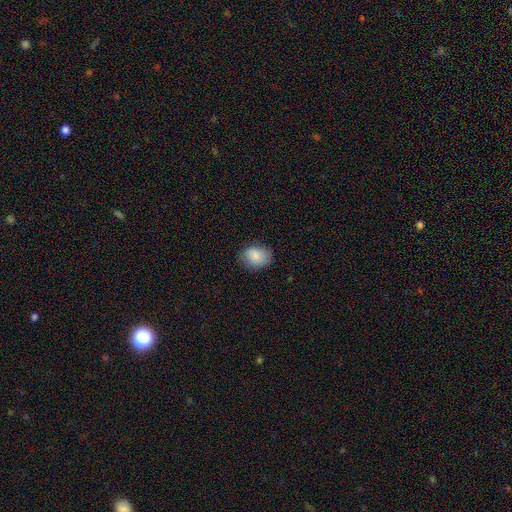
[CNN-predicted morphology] smooth 85%, featured or disk 7%, star or artifact 7%. Down the decision tree: how rounded — in between (58%); merging — none (77%).